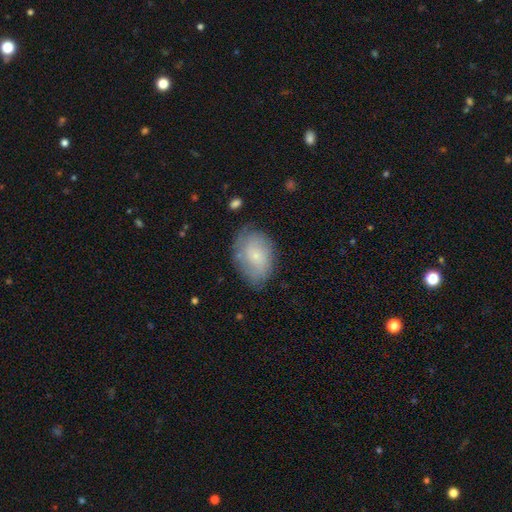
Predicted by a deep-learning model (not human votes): Q: Smooth or featured?
A: smooth (60%); runner-up: featured or disk (32%)
Q: How rounded?
A: in between (81%); runner-up: round (18%)
Q: Merging?
A: none (69%); runner-up: minor disturbance (22%)